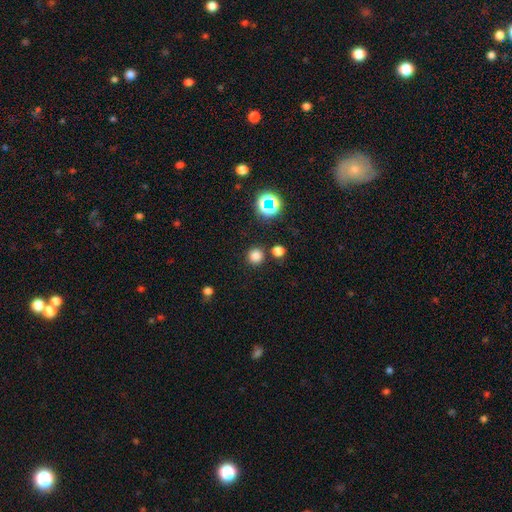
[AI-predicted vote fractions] A smooth galaxy with no disk features (77%) that is round (94%).

Vote fractions:
- Smooth or featured? smooth: 77% / star or artifact: 18% / featured or disk: 4%
- How rounded? round: 94% / in between: 5% / cigar-shaped: 1%
- Merging? none: 85% / merger: 7% / minor disturbance: 6% / major disturbance: 3%